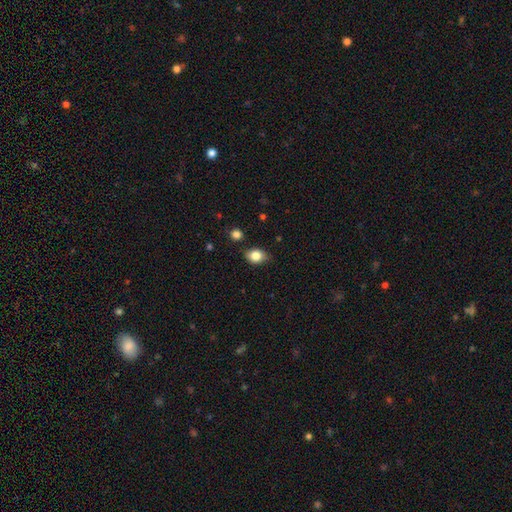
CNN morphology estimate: This is clearly a smooth galaxy (82%). How rounded: likely in between (69%). Merging: likely none (78%).